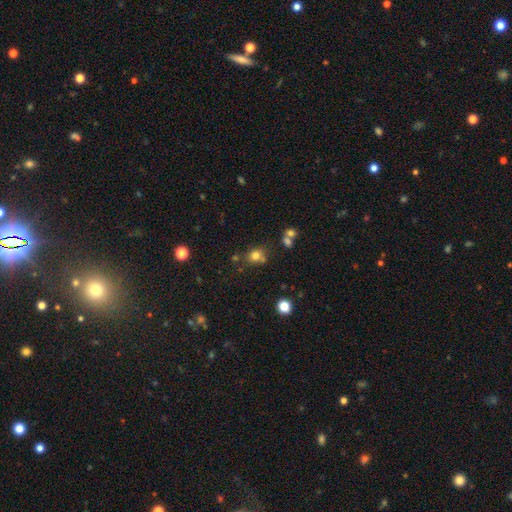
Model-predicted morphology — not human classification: smooth-or-featured: smooth: 75% | star or artifact: 16% | featured or disk: 9%
  how-rounded: round: 71% | in between: 28% | cigar-shaped: 1%
  merging: none: 65% | merger: 16% | minor disturbance: 13% | major disturbance: 5%